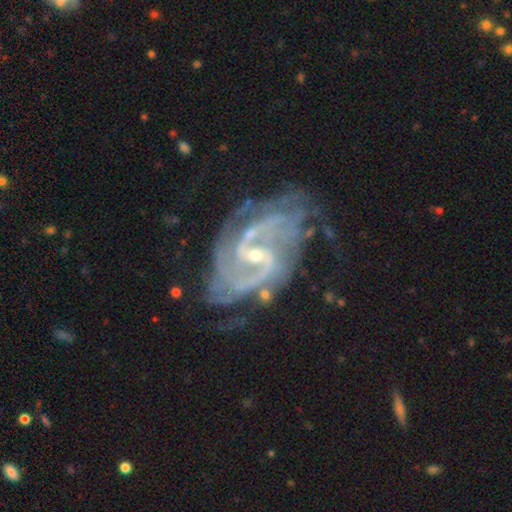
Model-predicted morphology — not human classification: Smooth or featured: featured or disk — 92% (star or artifact — 5%)
Edge-on disk: no — 98% (yes — 2%)
Bar: weak — 48% (no — 28%)
Spiral arms: yes — 98% (no — 2%)
Spiral winding: medium — 53% (tight — 29%)
Spiral arm count: 2 — 74% (3 — 8%)
Bulge size: small — 69% (moderate — 28%)
Merging: none — 57% (minor disturbance — 23%)